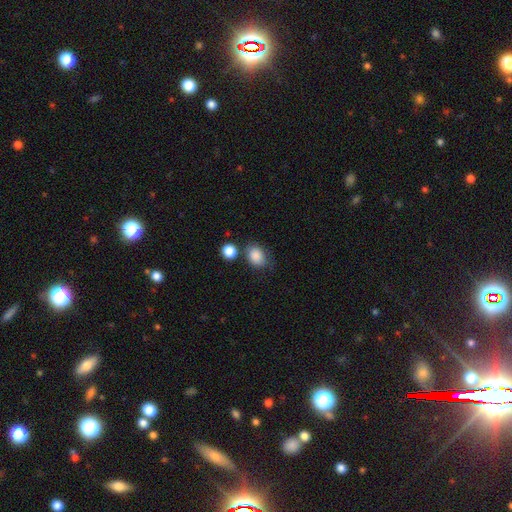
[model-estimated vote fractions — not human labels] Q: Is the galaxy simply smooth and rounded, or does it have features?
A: smooth — 87%.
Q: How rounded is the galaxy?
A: in between — 64%.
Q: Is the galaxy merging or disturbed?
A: none — 64%.